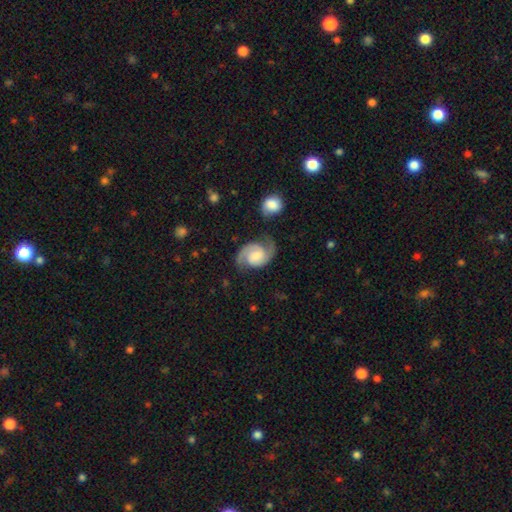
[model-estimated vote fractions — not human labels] Smooth or featured? featured or disk (86%)
Edge-on disk? no (98%)
Bar? no (50%)
Spiral arms? yes (98%)
Spiral winding? medium (54%)
Spiral arm count? 2 (93%)
Bulge size? moderate (40%)
Merging? none (69%)